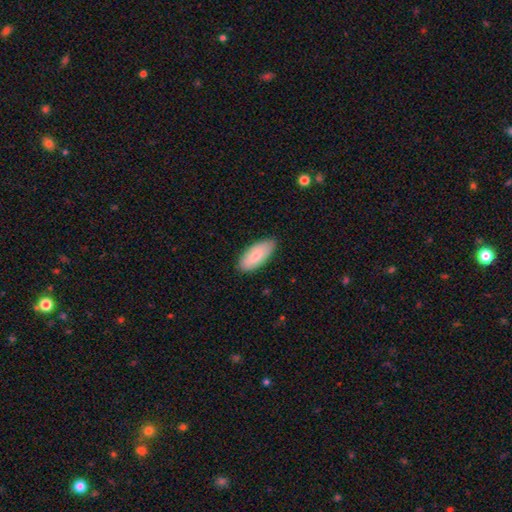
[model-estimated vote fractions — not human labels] Smooth or featured? smooth (82%)
How rounded? in between (87%)
Merging? none (85%)